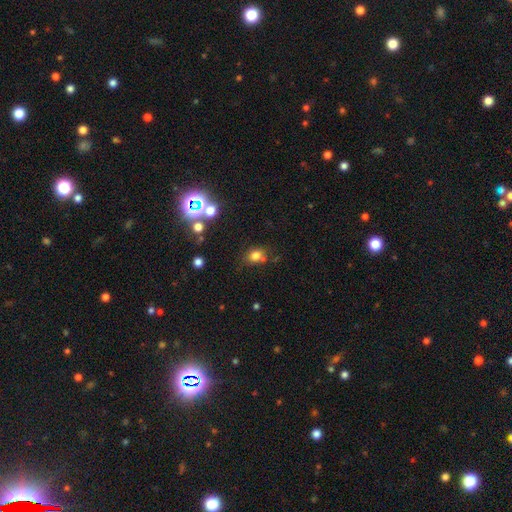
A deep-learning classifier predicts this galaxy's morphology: Smooth or featured? Predicted: smooth (p=0.74). How rounded? Predicted: in between (p=0.50). Merging? Predicted: none (p=0.63).